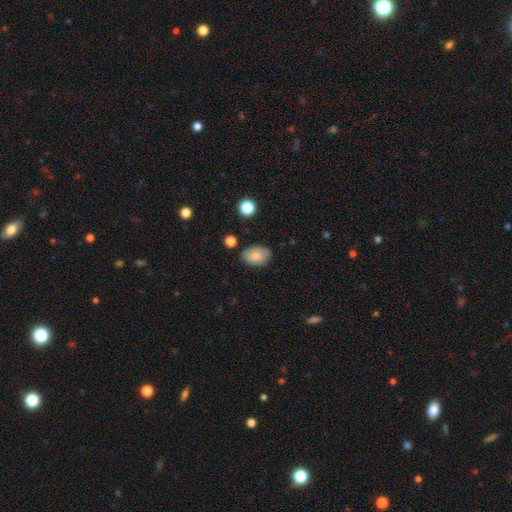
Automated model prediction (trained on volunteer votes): This is clearly a smooth galaxy (83%). How rounded: clearly in between (85%). Merging: likely none (77%).